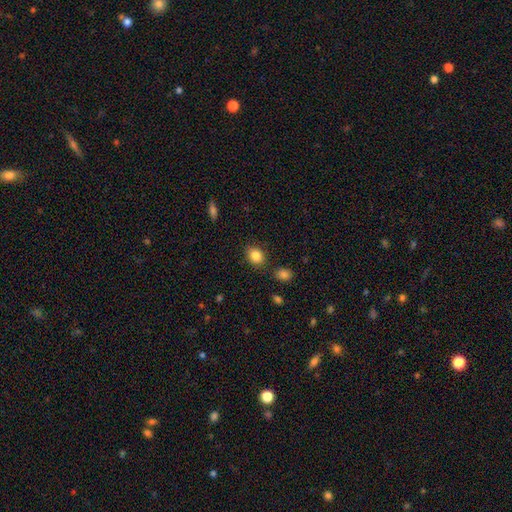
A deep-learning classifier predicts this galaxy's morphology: Smooth or featured? smooth (85%)
How rounded? in between (55%)
Merging? none (82%)